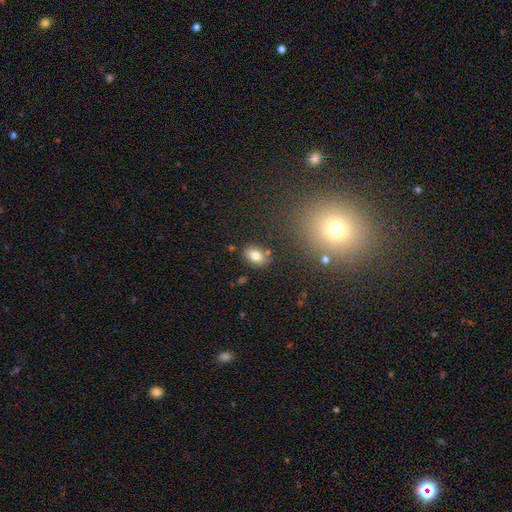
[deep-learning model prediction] Morphology: type=smooth (78%); roundness=in between (87%); merging=none (81%).